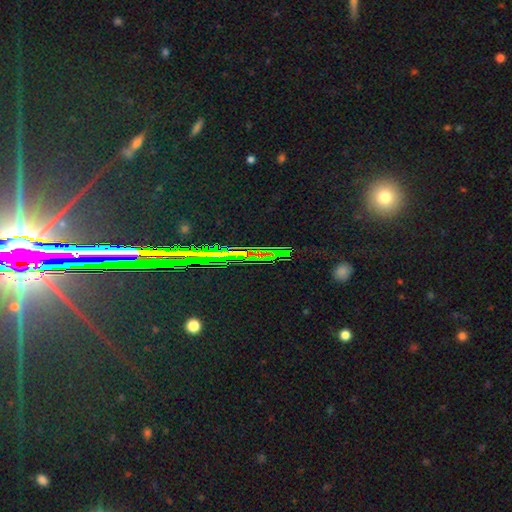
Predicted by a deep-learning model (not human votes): Morphology: type=star or artifact (75%).